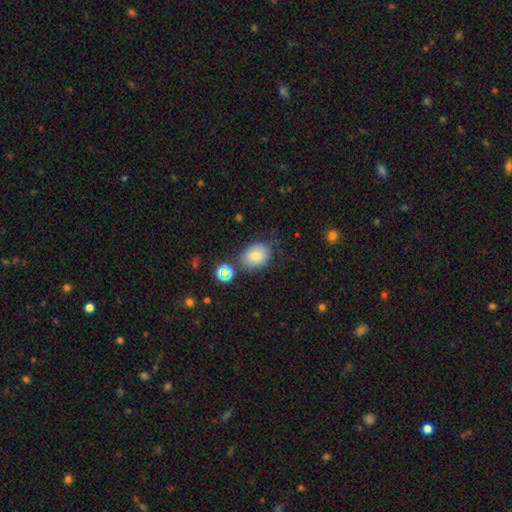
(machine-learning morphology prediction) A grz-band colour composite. It shows a smooth galaxy with no disk features (77%) that is in between round and cigar-shaped (62%). Merging: none (70%).